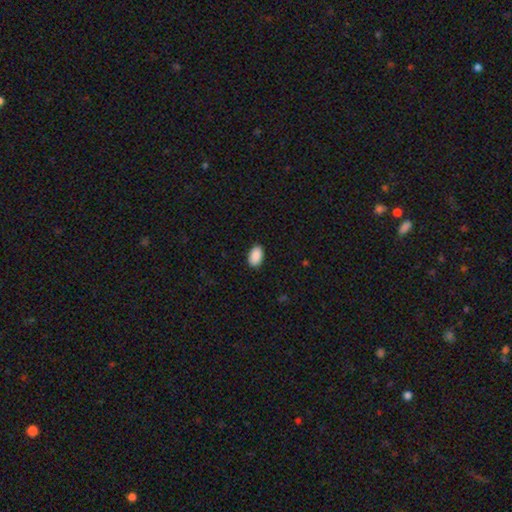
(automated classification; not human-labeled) smooth_or_featured: smooth (p=0.91) [alt: star or artifact p=0.07]
how_rounded: in between (p=0.93) [alt: round p=0.06]
merging: none (p=0.89) [alt: minor disturbance p=0.08]